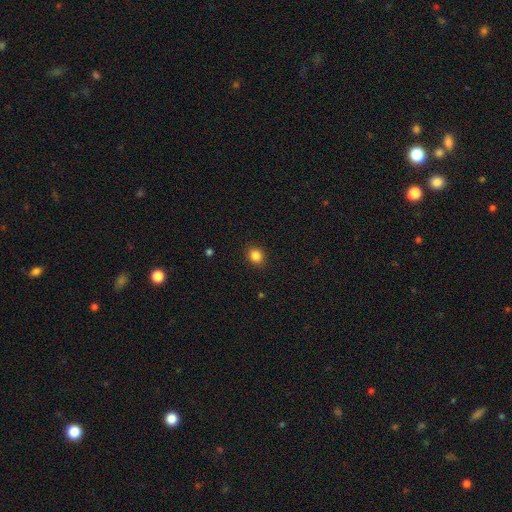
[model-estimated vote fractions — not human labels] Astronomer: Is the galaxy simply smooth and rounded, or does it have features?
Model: smooth — 85%.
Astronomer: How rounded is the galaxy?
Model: round — 70%.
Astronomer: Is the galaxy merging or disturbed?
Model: none — 90%.